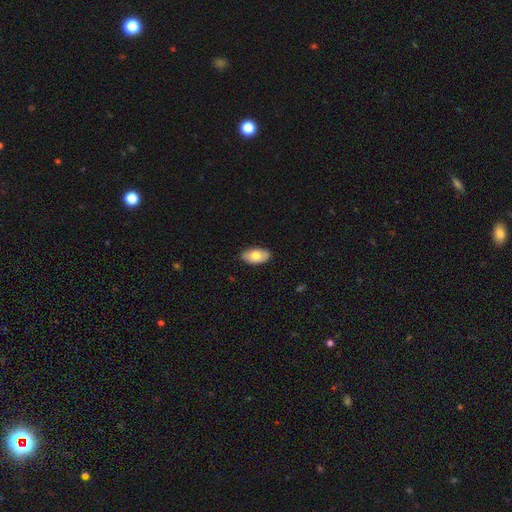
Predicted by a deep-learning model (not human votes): Smooth or featured? smooth (73%)
How rounded? in between (95%)
Merging? none (86%)